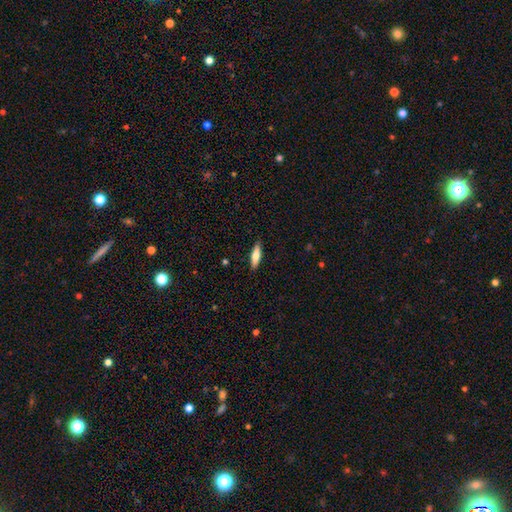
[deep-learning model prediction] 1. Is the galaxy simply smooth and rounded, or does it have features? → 69% smooth, 25% featured or disk, 6% star or artifact.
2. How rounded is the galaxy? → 63% cigar-shaped, 36% in between, 2% round.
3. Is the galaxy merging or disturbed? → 90% none, 8% minor disturbance, 2% major disturbance, 1% merger.